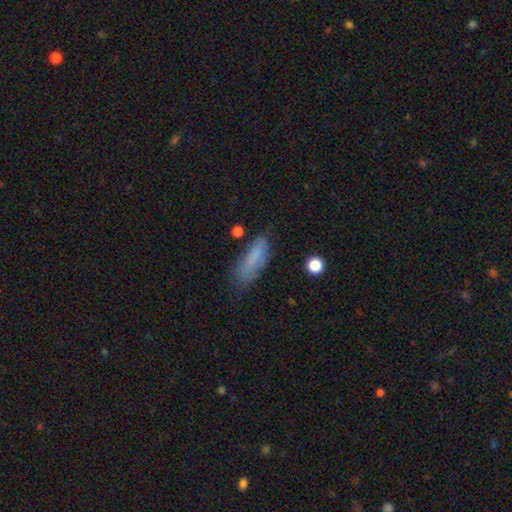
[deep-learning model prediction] Smooth or featured? Predicted: smooth (p=0.73). How rounded? Predicted: in between (p=0.53). Merging? Predicted: none (p=0.63).